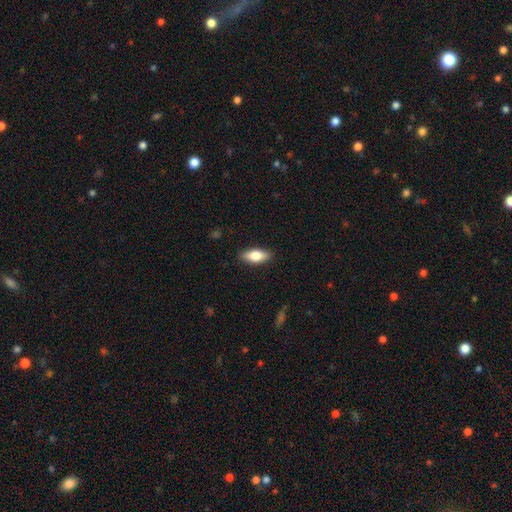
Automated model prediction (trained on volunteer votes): smooth_or_featured: smooth (p=0.72) [alt: featured or disk p=0.21]
how_rounded: in between (p=0.78) [alt: cigar-shaped p=0.19]
merging: none (p=0.88) [alt: minor disturbance p=0.09]